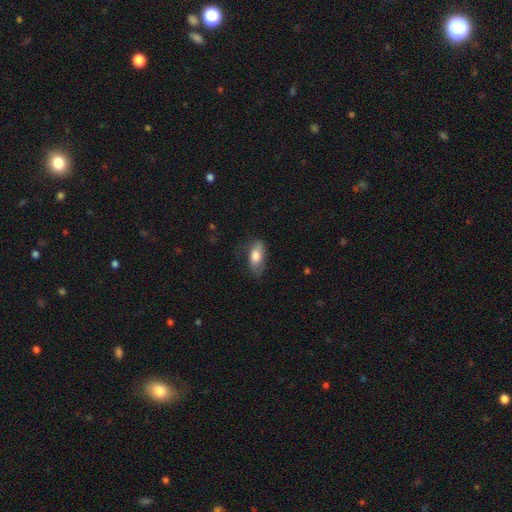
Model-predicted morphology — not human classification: Smooth or featured: smooth — 74% (featured or disk — 19%)
How rounded: in between — 85% (cigar-shaped — 11%)
Merging: none — 62% (minor disturbance — 26%)